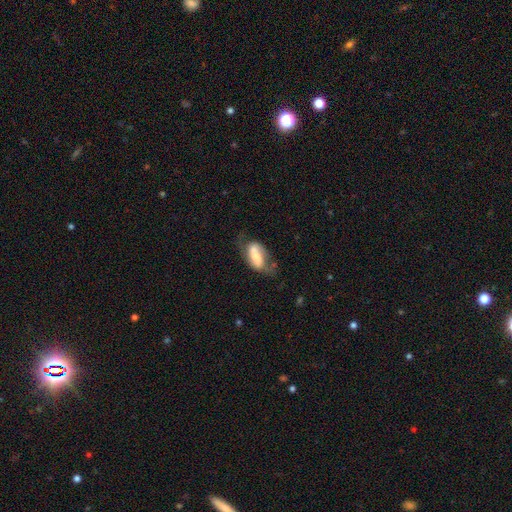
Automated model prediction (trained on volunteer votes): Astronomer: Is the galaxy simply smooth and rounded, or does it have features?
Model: featured or disk — 56% (runner-up: smooth, 37%).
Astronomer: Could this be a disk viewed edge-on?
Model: no — 89%.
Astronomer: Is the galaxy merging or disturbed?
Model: none — 48% (runner-up: minor disturbance, 30%).